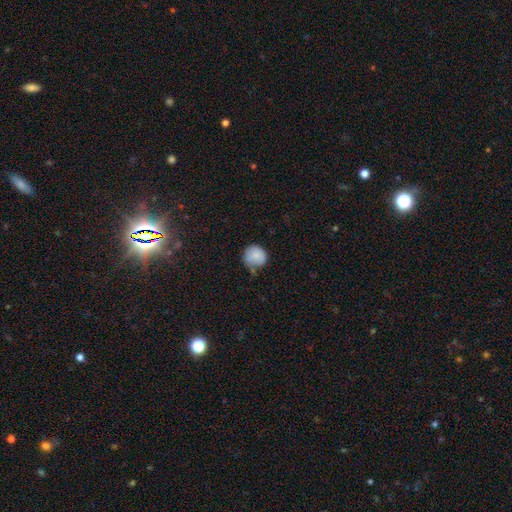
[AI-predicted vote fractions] Overall: smooth (83%). How rounded: round (88%). Merging: none (58%; minor disturbance 31%).